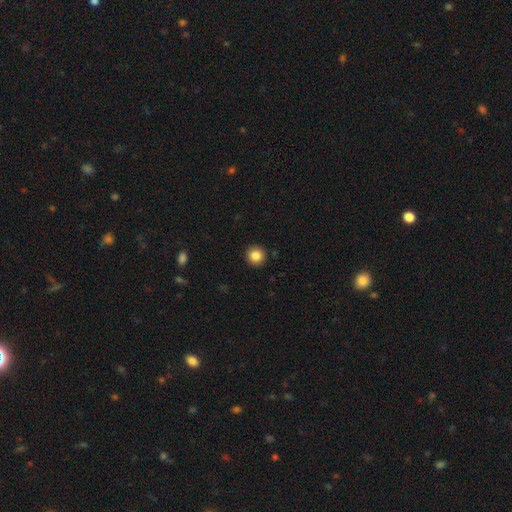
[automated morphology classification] A smooth galaxy with no disk features (85%) that is round (95%). Merging: none (93%).